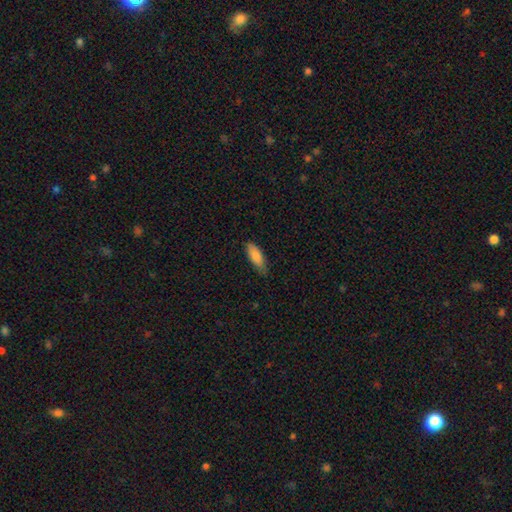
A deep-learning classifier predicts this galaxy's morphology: This is clearly a smooth galaxy (84%). How rounded: likely in between (67%). Merging: likely none (76%).